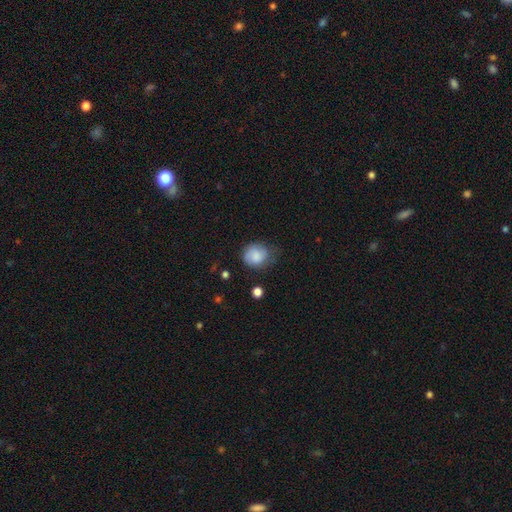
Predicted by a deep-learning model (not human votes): Smooth or featured: smooth — 77% (featured or disk — 16%)
How rounded: round — 73% (in between — 26%)
Merging: none — 55% (minor disturbance — 32%)